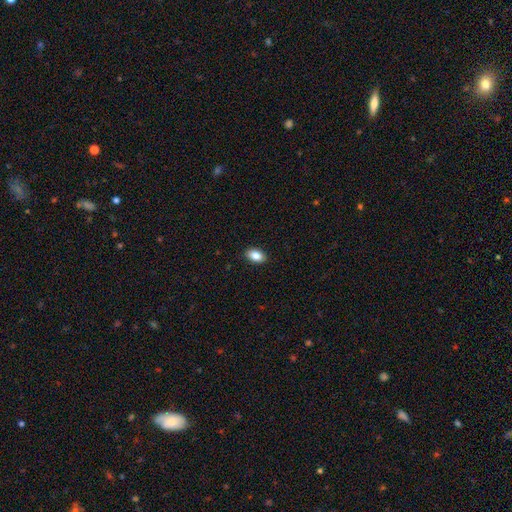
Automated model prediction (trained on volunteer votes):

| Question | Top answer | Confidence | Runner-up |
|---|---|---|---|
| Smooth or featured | smooth | 86% | star or artifact (8%) |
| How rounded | in between | 89% | round (9%) |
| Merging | none | 90% | minor disturbance (7%) |